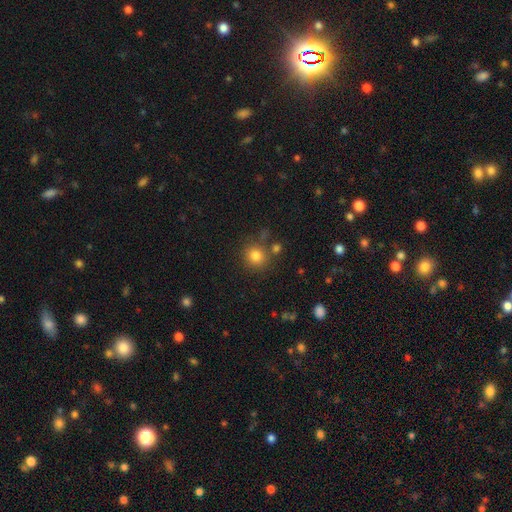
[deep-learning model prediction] This is clearly a smooth galaxy (81%). How rounded: clearly round (88%). Merging: likely none (76%).